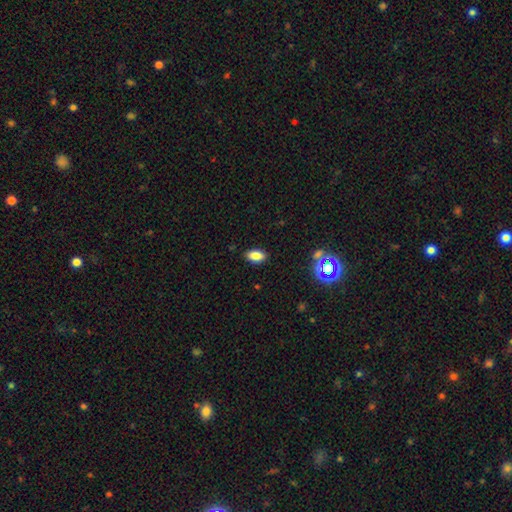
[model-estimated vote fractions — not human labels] Smooth or featured: smooth — 82% (star or artifact — 11%)
How rounded: in between — 90% (round — 5%)
Merging: none — 88% (minor disturbance — 9%)